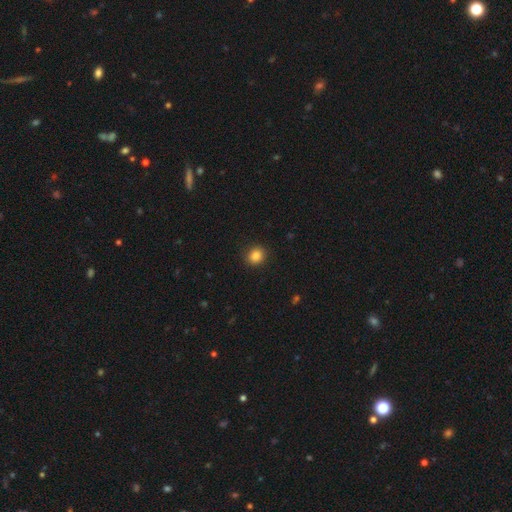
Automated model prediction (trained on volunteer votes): smooth-or-featured: smooth: 85% | star or artifact: 11% | featured or disk: 4%
  how-rounded: round: 76% | in between: 23% | cigar-shaped: 1%
  merging: none: 90% | minor disturbance: 7% | major disturbance: 2% | merger: 1%